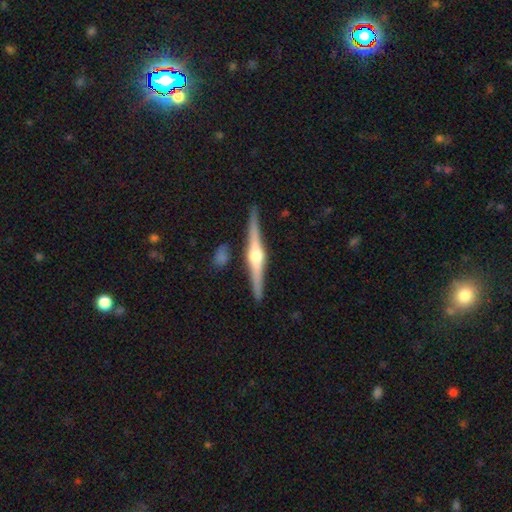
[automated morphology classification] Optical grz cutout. It shows a featured or disk galaxy (82%) viewed edge-on (98%) with a rounded central bulge (93%). Merging: none (90%).